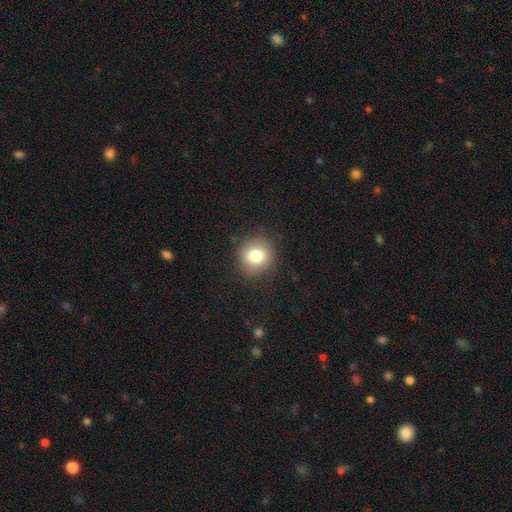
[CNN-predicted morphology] This is clearly a smooth galaxy (81%). How rounded: clearly round (86%). Merging: clearly none (87%).